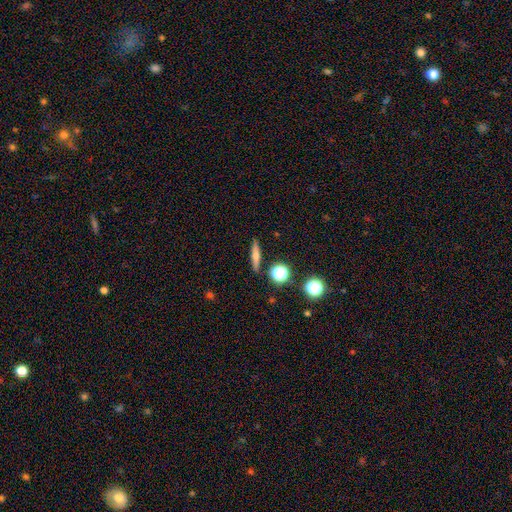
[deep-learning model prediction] Smooth or featured: smooth — 55% (featured or disk — 34%)
How rounded: cigar-shaped — 76% (in between — 16%)
Merging: none — 87% (minor disturbance — 8%)